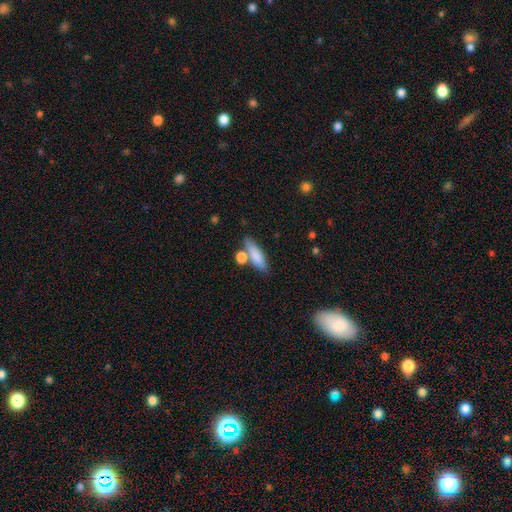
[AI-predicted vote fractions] This appears to be a smooth galaxy with no disk features (80%) that is cigar-shaped (53%). Merging: none (62%).